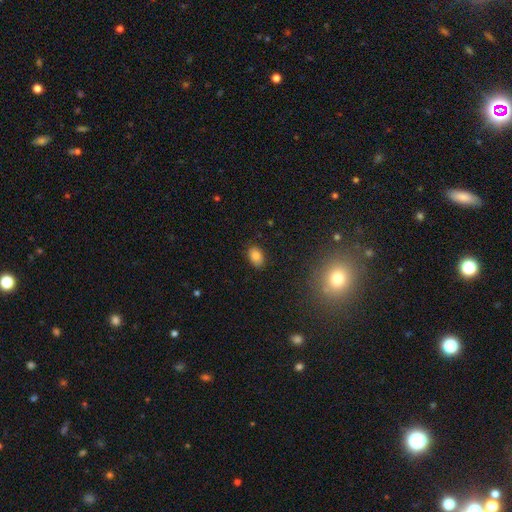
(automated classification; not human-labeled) This is clearly a smooth galaxy (82%). How rounded: clearly in between (82%). Merging: clearly none (84%).